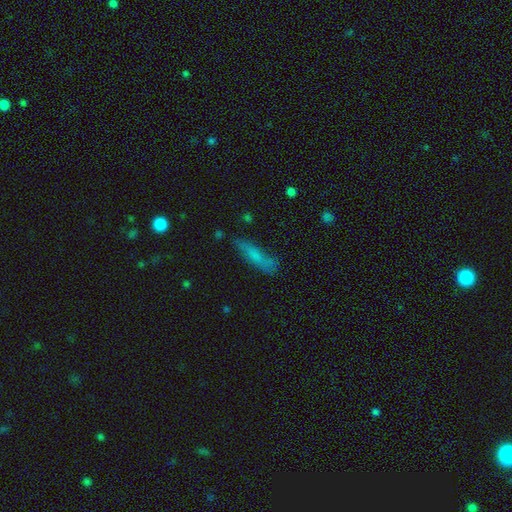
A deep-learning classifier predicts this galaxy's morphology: Smooth or featured? smooth (66%)
How rounded? cigar-shaped (75%)
Merging? none (67%)